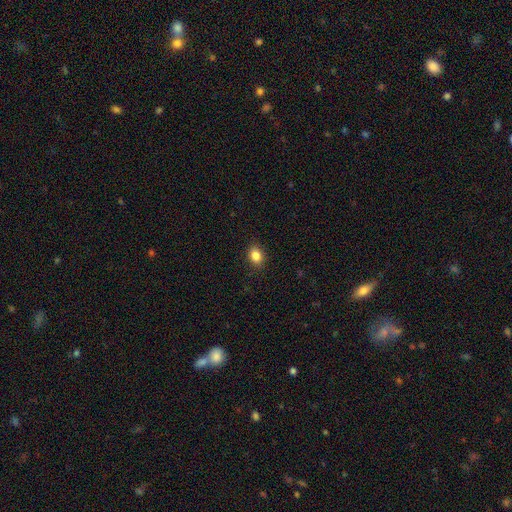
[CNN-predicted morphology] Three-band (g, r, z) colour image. It shows a smooth galaxy with no disk features (85%) that is in between round and cigar-shaped (63%). Merging: none (88%).